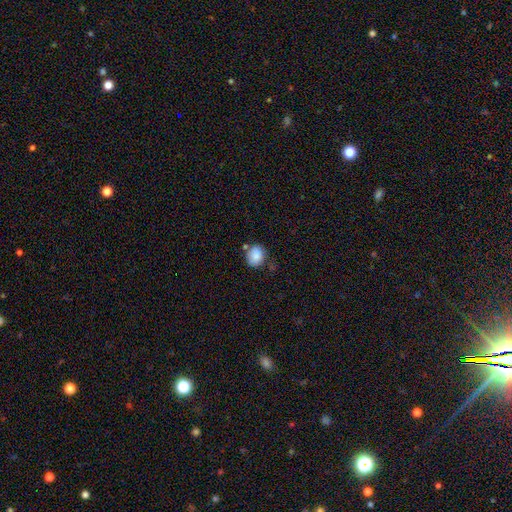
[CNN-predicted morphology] A smooth galaxy with no disk features (86%) that is round (62%).

Vote fractions:
- Smooth or featured? smooth: 86% / star or artifact: 8% / featured or disk: 6%
- How rounded? round: 62% / in between: 37% / cigar-shaped: 1%
- Merging? none: 68% / minor disturbance: 18% / merger: 10% / major disturbance: 4%